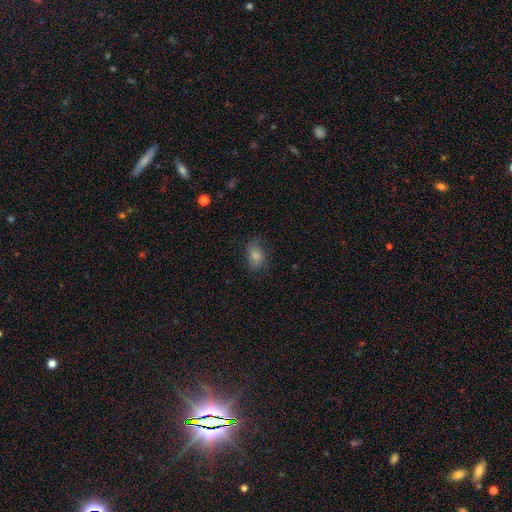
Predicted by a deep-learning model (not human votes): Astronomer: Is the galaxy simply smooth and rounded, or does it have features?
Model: smooth — 79%.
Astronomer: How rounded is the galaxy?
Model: in between — 76%.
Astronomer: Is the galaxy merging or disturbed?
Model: none — 69%.